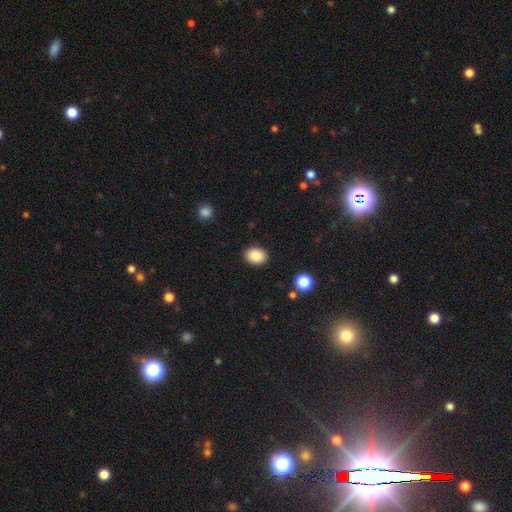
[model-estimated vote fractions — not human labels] smooth 87%, star or artifact 8%, featured or disk 4%. Down the decision tree: how rounded — in between (62%); merging — none (90%).